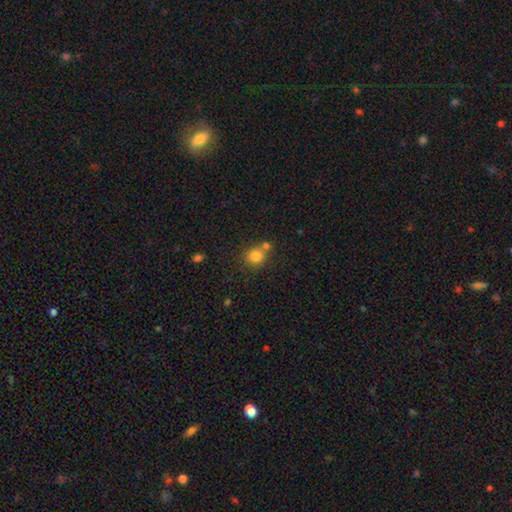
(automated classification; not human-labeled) A smooth galaxy with no disk features (81%) that is round (82%).

Vote fractions:
- Smooth or featured? smooth: 81% / star or artifact: 11% / featured or disk: 8%
- How rounded? round: 82% / in between: 17% / cigar-shaped: 1%
- Merging? none: 57% / merger: 30% / minor disturbance: 10% / major disturbance: 3%